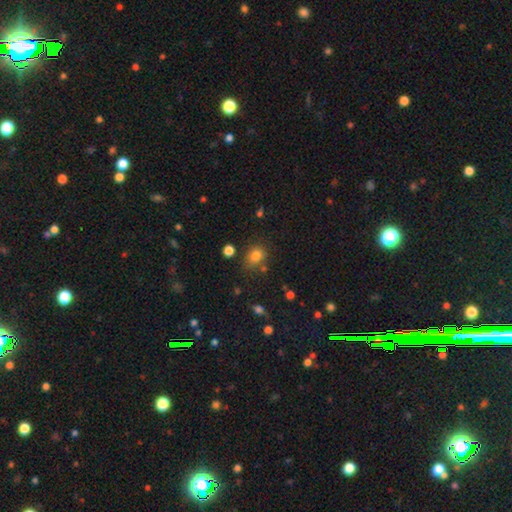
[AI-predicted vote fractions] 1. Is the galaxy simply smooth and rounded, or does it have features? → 80% smooth, 13% star or artifact, 7% featured or disk.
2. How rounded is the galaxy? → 51% in between, 48% round, 1% cigar-shaped.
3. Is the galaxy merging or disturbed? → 70% none, 17% minor disturbance, 8% merger, 5% major disturbance.